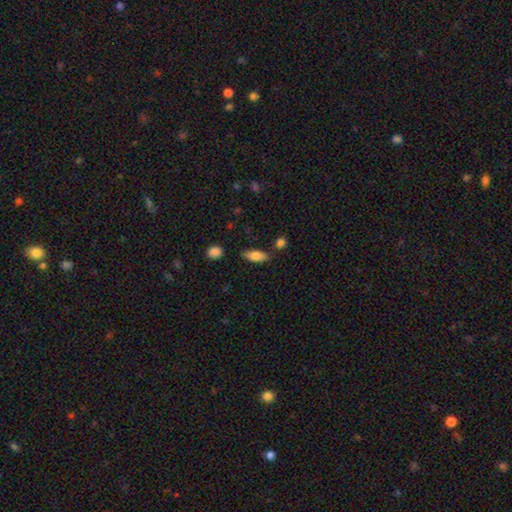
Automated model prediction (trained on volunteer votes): Q: Smooth or featured?
A: smooth (77%); runner-up: featured or disk (16%)
Q: How rounded?
A: in between (75%); runner-up: cigar-shaped (22%)
Q: Merging?
A: none (77%); runner-up: minor disturbance (14%)